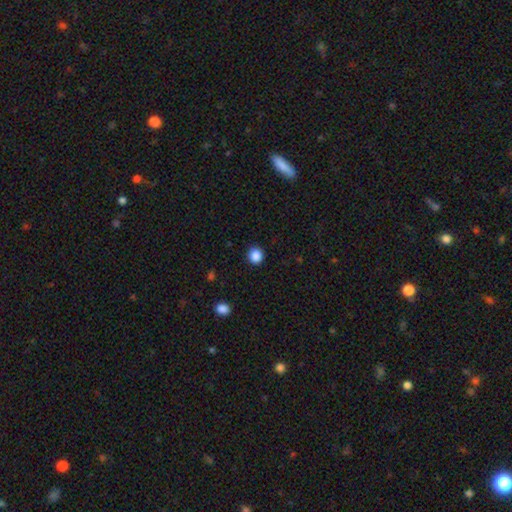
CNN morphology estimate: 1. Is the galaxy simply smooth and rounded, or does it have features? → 87% smooth, 10% star or artifact, 3% featured or disk.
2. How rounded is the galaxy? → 90% round, 9% in between, 1% cigar-shaped.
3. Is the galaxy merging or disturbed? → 91% none, 6% minor disturbance, 2% major disturbance, 1% merger.